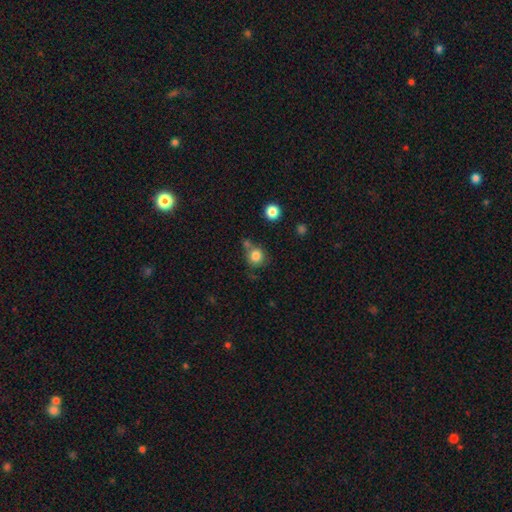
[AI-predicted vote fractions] Smooth or featured? Predicted: smooth (p=0.82). How rounded? Predicted: round (p=0.90). Merging? Predicted: none (p=0.63).